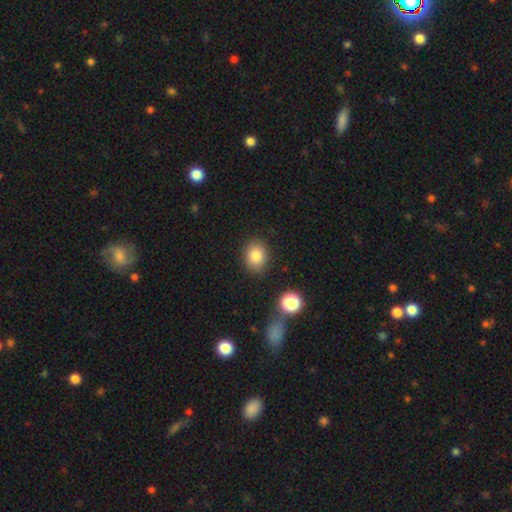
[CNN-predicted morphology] smooth 84%, star or artifact 10%, featured or disk 6%. Down the decision tree: how rounded — in between (51%); merging — none (85%).